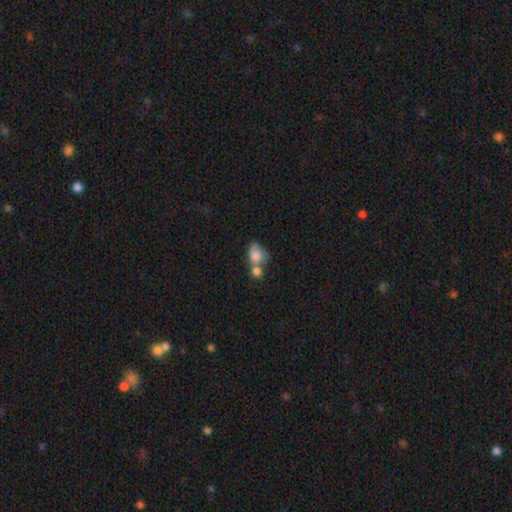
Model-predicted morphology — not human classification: Q: Smooth or featured?
A: smooth (73%); runner-up: featured or disk (18%)
Q: How rounded?
A: in between (58%); runner-up: round (40%)
Q: Merging?
A: merger (56%); runner-up: none (19%)